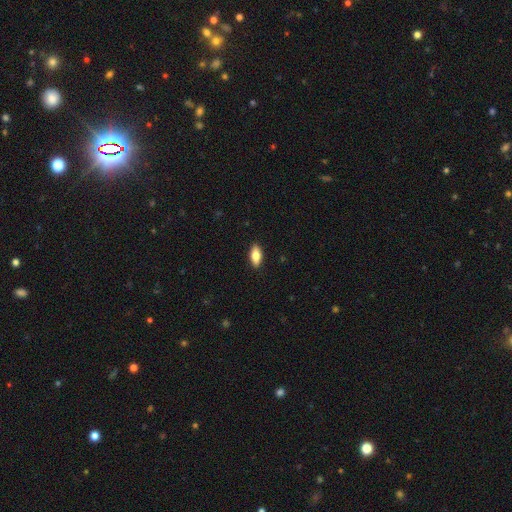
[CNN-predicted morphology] smooth 74%, featured or disk 19%, star or artifact 6%. Down the decision tree: how rounded — in between (79%); merging — none (90%).